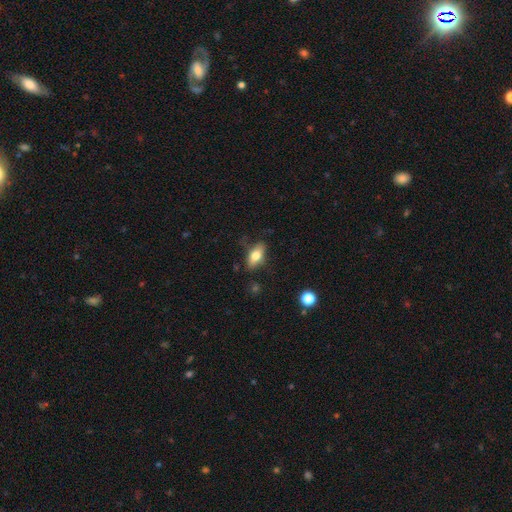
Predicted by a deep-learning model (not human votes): Smooth or featured? smooth (73%)
How rounded? in between (84%)
Merging? none (72%)